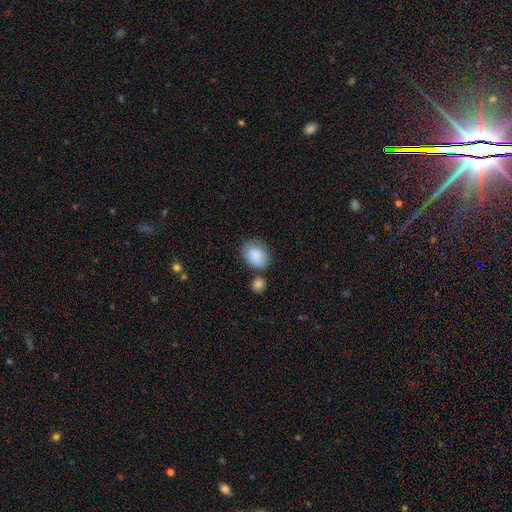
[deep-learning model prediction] Smooth or featured?
  - smooth: 87% *
  - star or artifact: 7%
  - featured or disk: 6%
How rounded?
  - in between: 64% *
  - round: 35%
  - cigar-shaped: 1%
Merging?
  - none: 61% *
  - minor disturbance: 21%
  - merger: 12%
  - major disturbance: 6%